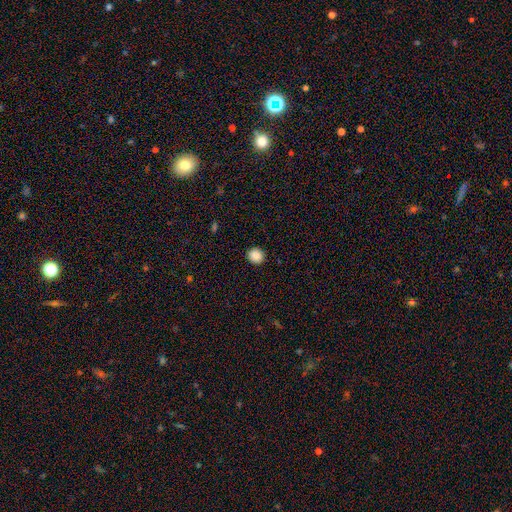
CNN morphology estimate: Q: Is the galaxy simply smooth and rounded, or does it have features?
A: smooth — 87%.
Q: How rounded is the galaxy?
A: round — 87%.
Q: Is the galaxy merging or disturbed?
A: none — 92%.